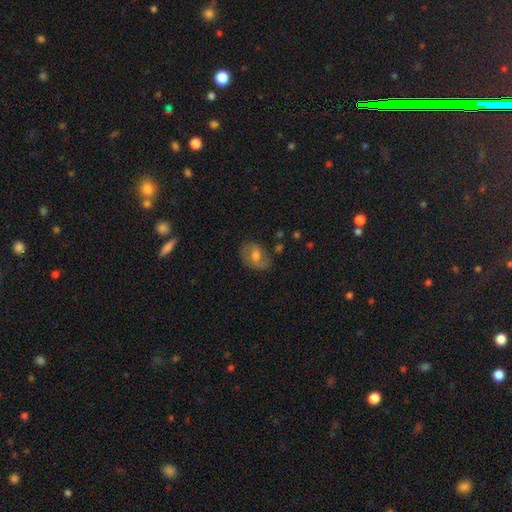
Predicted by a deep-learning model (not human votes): Smooth or featured? smooth (49%)
Merging? none (63%)